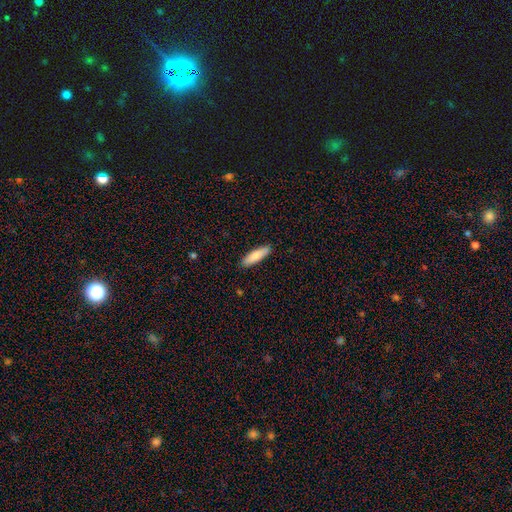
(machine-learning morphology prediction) This is clearly a smooth galaxy (83%). How rounded: likely cigar-shaped (66%). Merging: clearly none (90%).